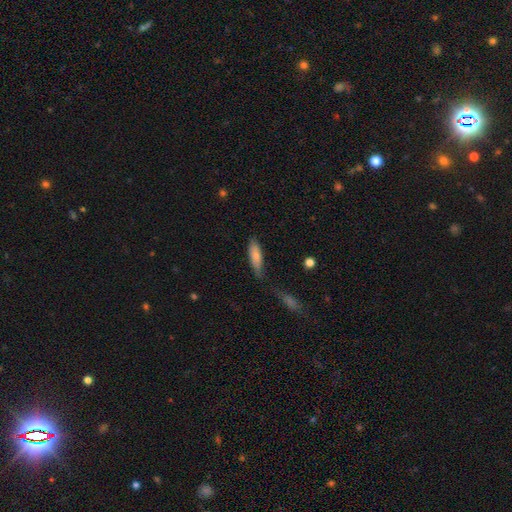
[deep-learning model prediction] A smooth galaxy with no disk features (80%) that is cigar-shaped (55%).

Vote fractions:
- Smooth or featured? smooth: 80% / featured or disk: 13% / star or artifact: 7%
- How rounded? cigar-shaped: 55% / in between: 43% / round: 2%
- Merging? none: 64% / minor disturbance: 23% / merger: 7% / major disturbance: 6%